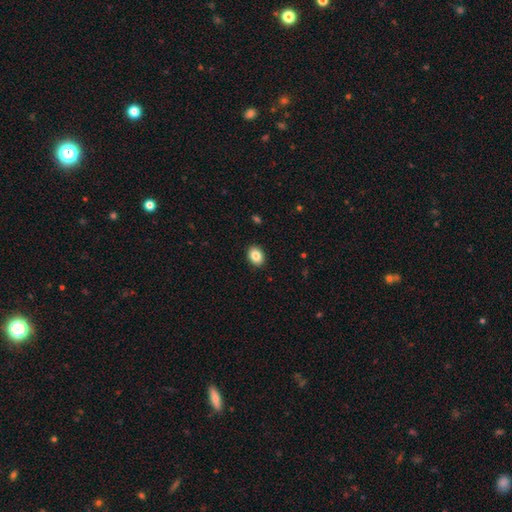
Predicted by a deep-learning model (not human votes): Smooth or featured? smooth (86%)
How rounded? in between (64%)
Merging? none (91%)